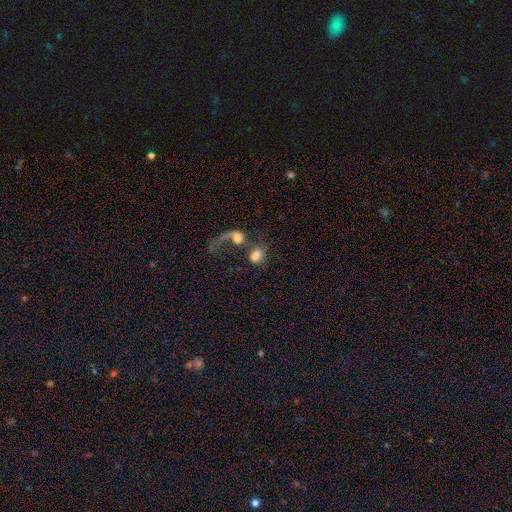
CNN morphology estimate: smooth-or-featured: smooth: 68% | featured or disk: 23% | star or artifact: 9%
  how-rounded: in between: 52% | round: 46% | cigar-shaped: 2%
  merging: merger: 52% | major disturbance: 20% | none: 20% | minor disturbance: 8%